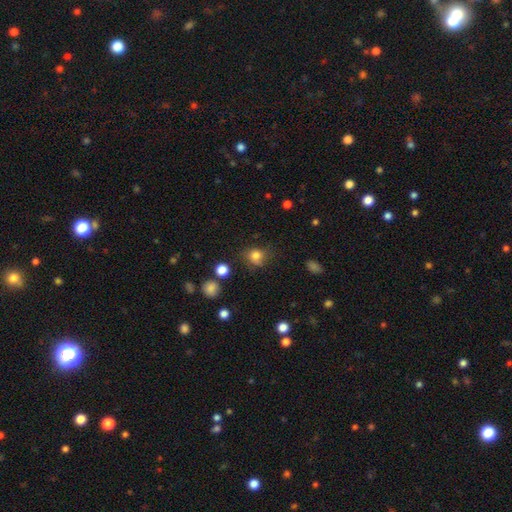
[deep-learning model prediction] A smooth galaxy with no disk features (78%) that is round (73%).

Vote fractions:
- Smooth or featured? smooth: 78% / star or artifact: 13% / featured or disk: 9%
- How rounded? round: 73% / in between: 26% / cigar-shaped: 1%
- Merging? none: 64% / minor disturbance: 24% / major disturbance: 10% / merger: 3%